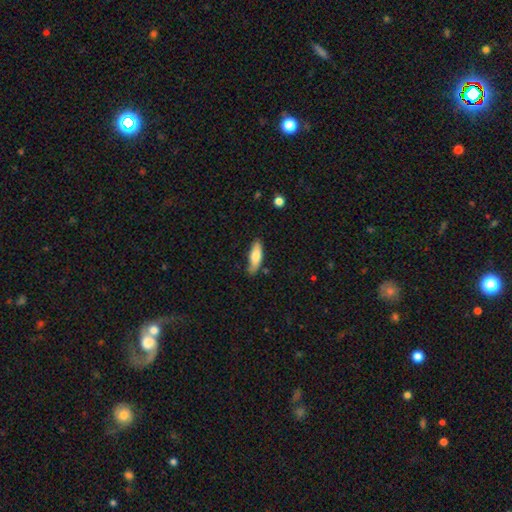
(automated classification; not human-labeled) The model was most divided on "how rounded": in between: 53%, cigar-shaped: 45%, round: 2%. More confident: smooth or featured — smooth (75%); merging — none (73%).